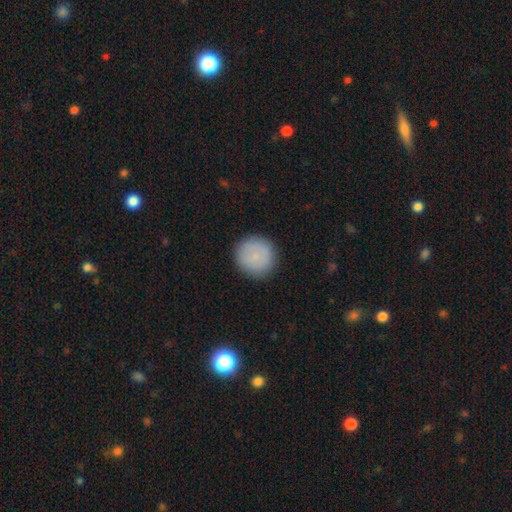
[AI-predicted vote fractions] Morphology: type=smooth (82%); roundness=round (94%); merging=none (89%).